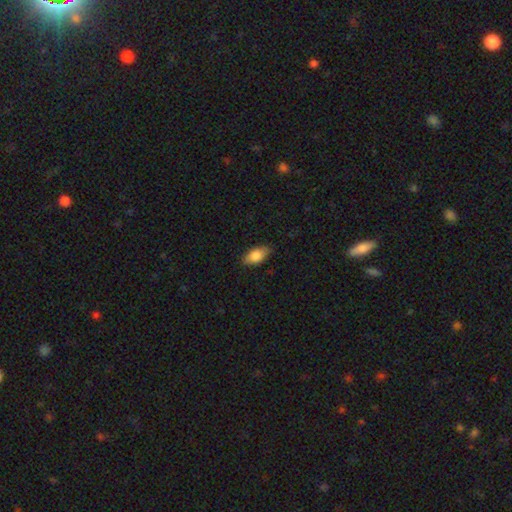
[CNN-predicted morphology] Smooth or featured?
  - smooth: 81% *
  - featured or disk: 12%
  - star or artifact: 7%
How rounded?
  - in between: 89% *
  - cigar-shaped: 7%
  - round: 4%
Merging?
  - none: 84% *
  - minor disturbance: 13%
  - major disturbance: 3%
  - merger: 1%